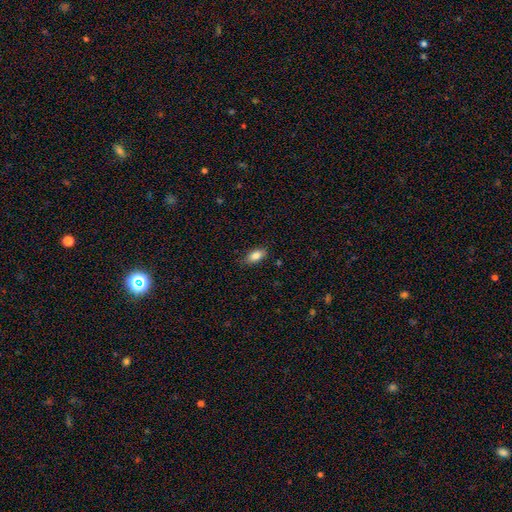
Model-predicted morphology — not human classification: smooth_or_featured: smooth (p=0.86) [alt: star or artifact p=0.07]
how_rounded: in between (p=0.90) [alt: cigar-shaped p=0.07]
merging: none (p=0.83) [alt: minor disturbance p=0.13]